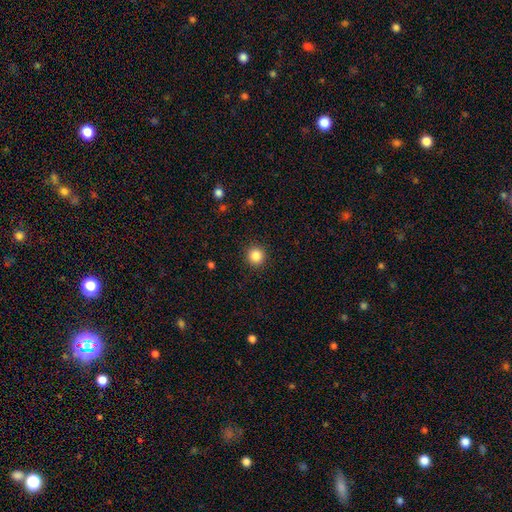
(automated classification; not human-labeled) smooth-or-featured: smooth: 85% | star or artifact: 11% | featured or disk: 4%
  how-rounded: round: 95% | in between: 4% | cigar-shaped: 1%
  merging: none: 92% | minor disturbance: 5% | major disturbance: 2% | merger: 1%